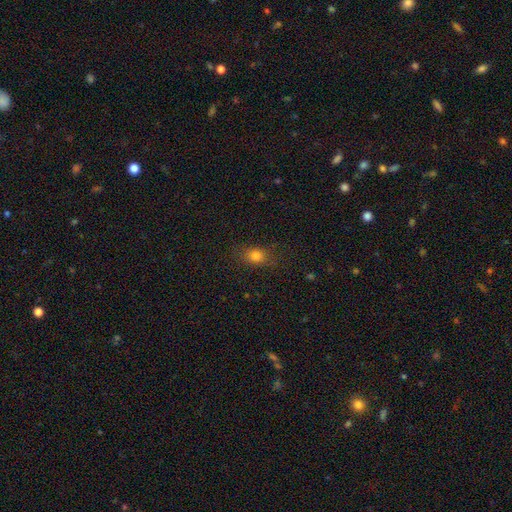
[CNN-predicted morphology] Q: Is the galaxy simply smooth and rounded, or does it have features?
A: smooth — 79%.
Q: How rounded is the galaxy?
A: in between — 58%.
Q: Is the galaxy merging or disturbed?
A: none — 81%.